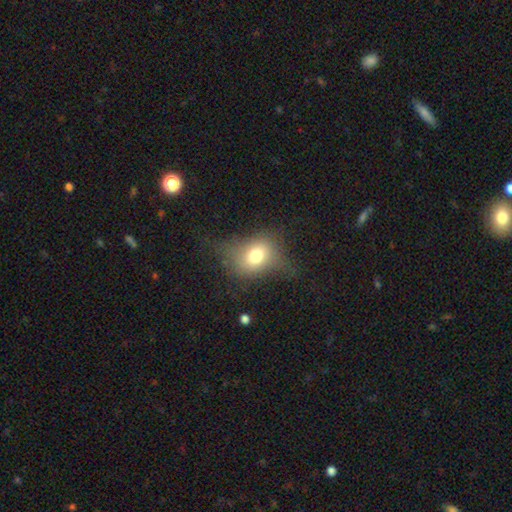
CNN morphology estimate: smooth-or-featured: smooth: 70% | featured or disk: 18% | star or artifact: 13%
  how-rounded: in between: 57% | round: 41% | cigar-shaped: 2%
  merging: none: 53% | minor disturbance: 26% | major disturbance: 19% | merger: 2%